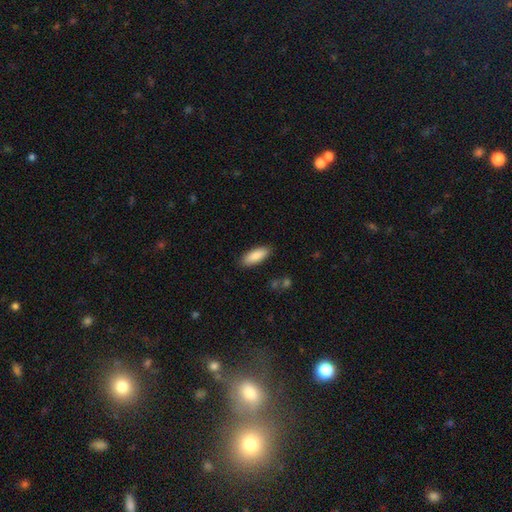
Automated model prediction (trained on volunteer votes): smooth_or_featured: smooth (p=0.88) [alt: featured or disk p=0.07]
how_rounded: in between (p=0.71) [alt: cigar-shaped p=0.27]
merging: none (p=0.87) [alt: minor disturbance p=0.09]